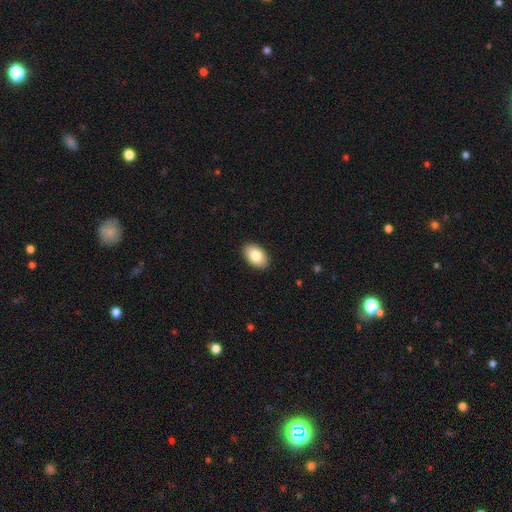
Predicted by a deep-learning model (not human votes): Smooth or featured?
  - smooth: 84% *
  - featured or disk: 9%
  - star or artifact: 7%
How rounded?
  - in between: 91% *
  - round: 7%
  - cigar-shaped: 1%
Merging?
  - none: 90% *
  - minor disturbance: 8%
  - major disturbance: 2%
  - merger: 1%